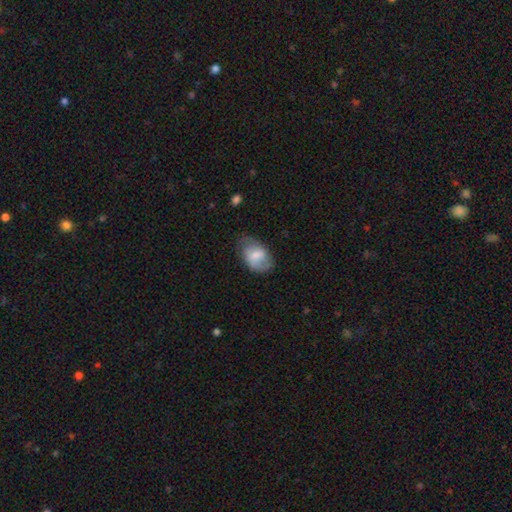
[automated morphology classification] type=smooth (59%); roundness=in between (86%); merging=none (60%).